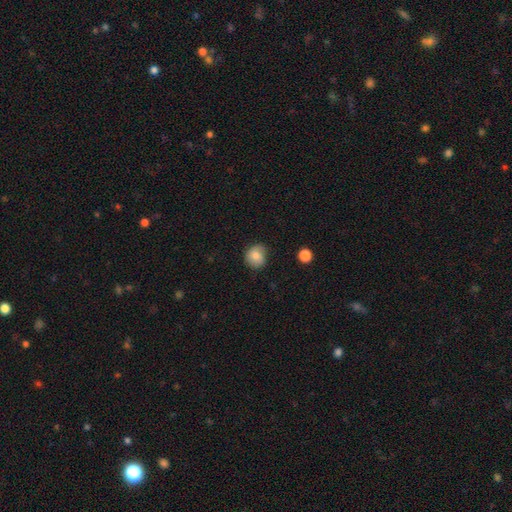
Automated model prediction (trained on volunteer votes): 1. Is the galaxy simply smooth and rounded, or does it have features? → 82% smooth, 9% featured or disk, 9% star or artifact.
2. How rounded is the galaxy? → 81% round, 18% in between, 1% cigar-shaped.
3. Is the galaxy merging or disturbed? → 72% none, 23% minor disturbance, 4% major disturbance, 2% merger.